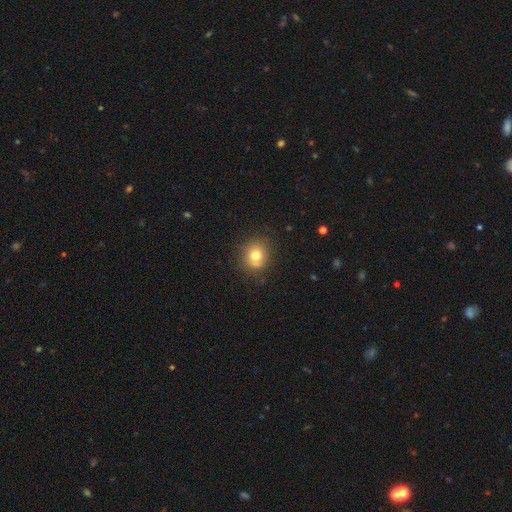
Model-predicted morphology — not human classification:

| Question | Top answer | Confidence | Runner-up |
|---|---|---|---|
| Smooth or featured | smooth | 74% | featured or disk (14%) |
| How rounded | round | 80% | in between (19%) |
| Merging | none | 73% | minor disturbance (18%) |